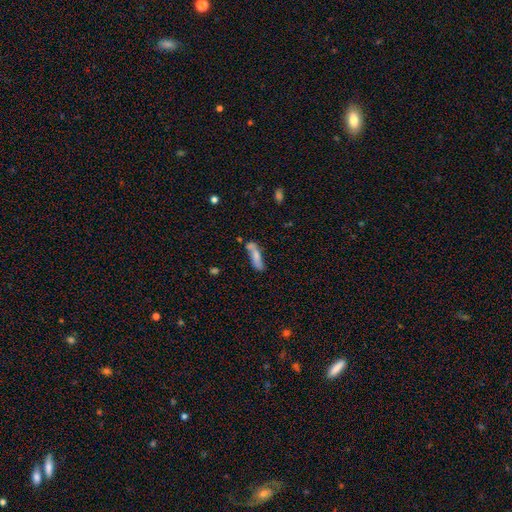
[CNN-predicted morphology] Smooth or featured?
  - smooth: 67% *
  - featured or disk: 26%
  - star or artifact: 7%
How rounded?
  - cigar-shaped: 66% *
  - in between: 31%
  - round: 2%
Merging?
  - none: 50% *
  - minor disturbance: 22%
  - merger: 19%
  - major disturbance: 8%